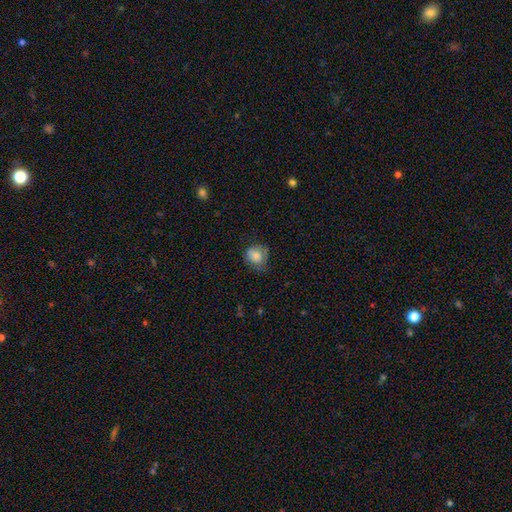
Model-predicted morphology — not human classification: Smooth or featured?
  - smooth: 77% *
  - featured or disk: 14%
  - star or artifact: 9%
How rounded?
  - round: 69% *
  - in between: 30%
  - cigar-shaped: 1%
Merging?
  - none: 55% *
  - minor disturbance: 30%
  - major disturbance: 13%
  - merger: 2%